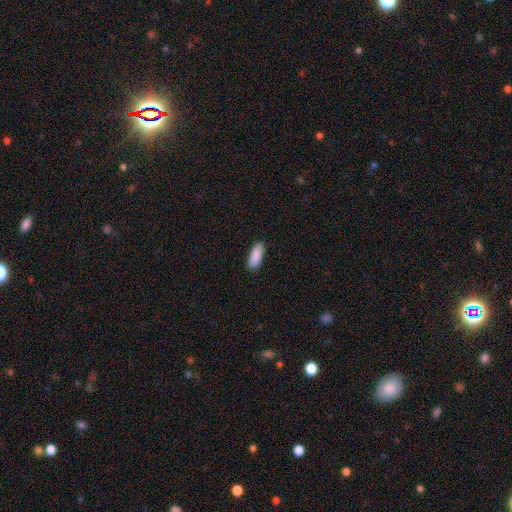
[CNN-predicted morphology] This appears to be a smooth galaxy with no disk features (89%) that is in between round and cigar-shaped (71%). Merging: none (86%).